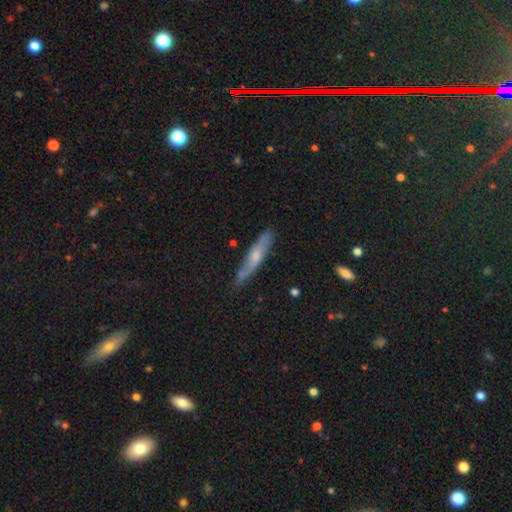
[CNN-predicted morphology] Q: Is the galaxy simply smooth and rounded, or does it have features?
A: featured or disk — 49%.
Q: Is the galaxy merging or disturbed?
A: none — 69%.